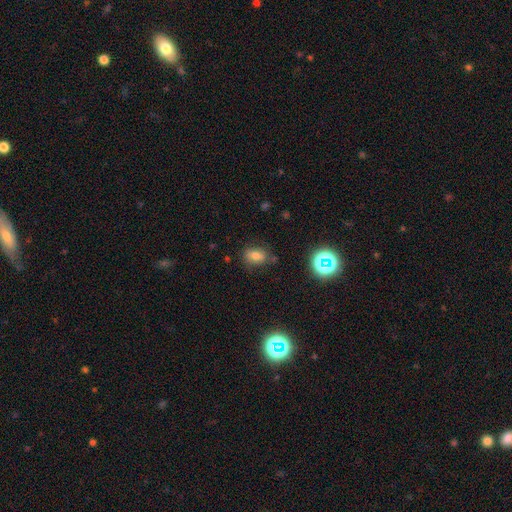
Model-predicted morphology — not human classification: Q: Smooth or featured?
A: smooth (70%); runner-up: star or artifact (18%)
Q: How rounded?
A: in between (69%); runner-up: round (29%)
Q: Merging?
A: none (73%); runner-up: minor disturbance (19%)